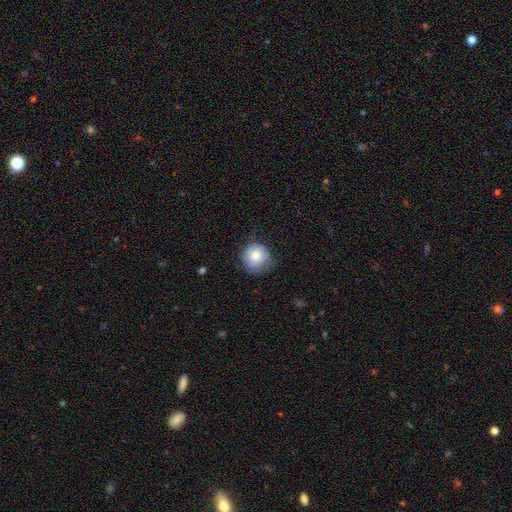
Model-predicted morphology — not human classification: smooth-or-featured: smooth: 77% | featured or disk: 15% | star or artifact: 8%
  how-rounded: round: 90% | in between: 9% | cigar-shaped: 1%
  merging: none: 63% | minor disturbance: 28% | major disturbance: 8% | merger: 1%